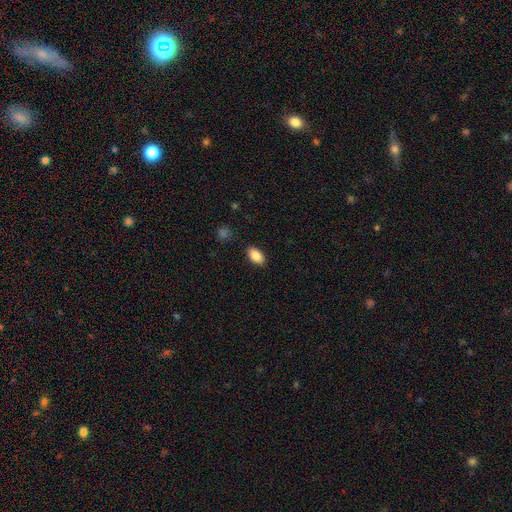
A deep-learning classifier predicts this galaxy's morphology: The model was most divided on "merging": none: 87%, minor disturbance: 10%, major disturbance: 2%, merger: 1%. More confident: how rounded — in between (91%); smooth or featured — smooth (86%).